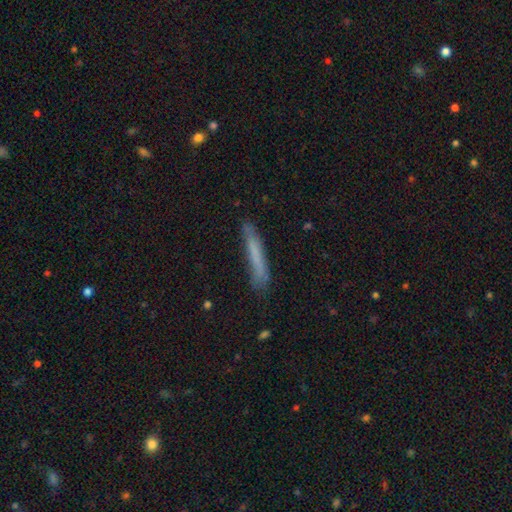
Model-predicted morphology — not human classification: Smooth or featured? Predicted: smooth (p=0.67). How rounded? Predicted: cigar-shaped (p=0.95). Merging? Predicted: none (p=0.74).